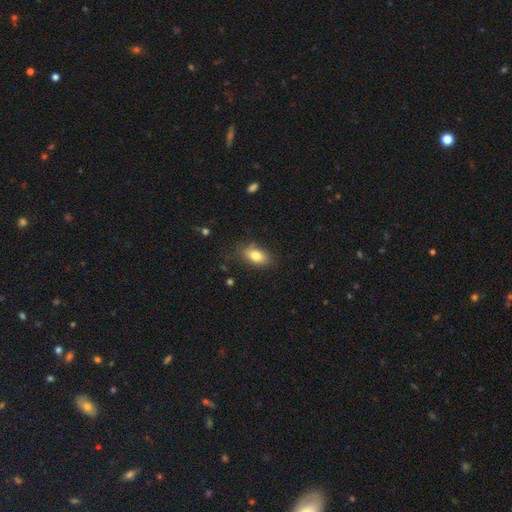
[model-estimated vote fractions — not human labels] Smooth or featured?
  - smooth: 81% *
  - featured or disk: 11%
  - star or artifact: 8%
How rounded?
  - in between: 87% *
  - round: 10%
  - cigar-shaped: 3%
Merging?
  - none: 78% *
  - minor disturbance: 17%
  - major disturbance: 4%
  - merger: 1%